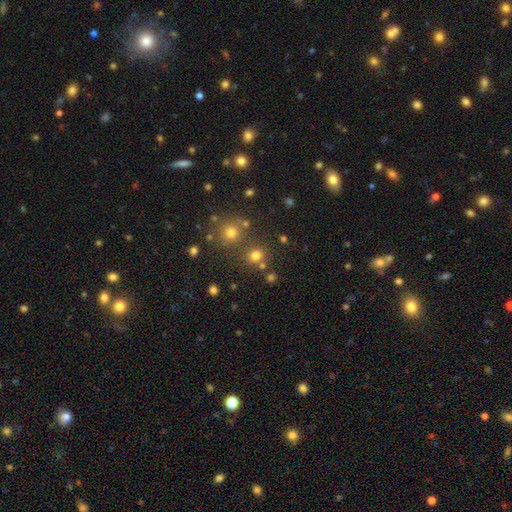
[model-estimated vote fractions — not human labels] This is likely a smooth galaxy (71%). How rounded: clearly round (89%). Merging: likely none (76%).